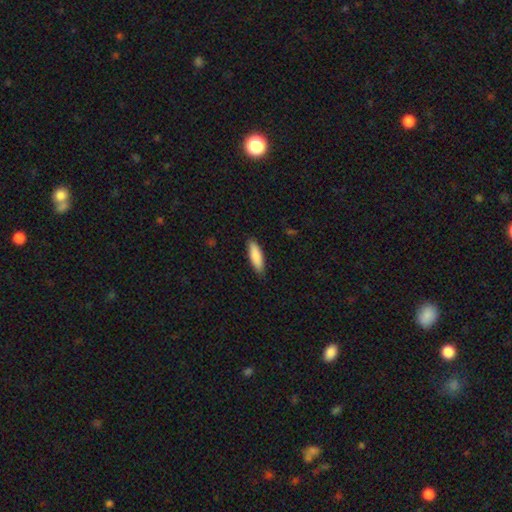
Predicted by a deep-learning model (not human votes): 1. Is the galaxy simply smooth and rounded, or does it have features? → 87% smooth, 7% featured or disk, 5% star or artifact.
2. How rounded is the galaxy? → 54% cigar-shaped, 44% in between, 1% round.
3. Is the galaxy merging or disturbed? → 88% none, 9% minor disturbance, 2% major disturbance, 1% merger.